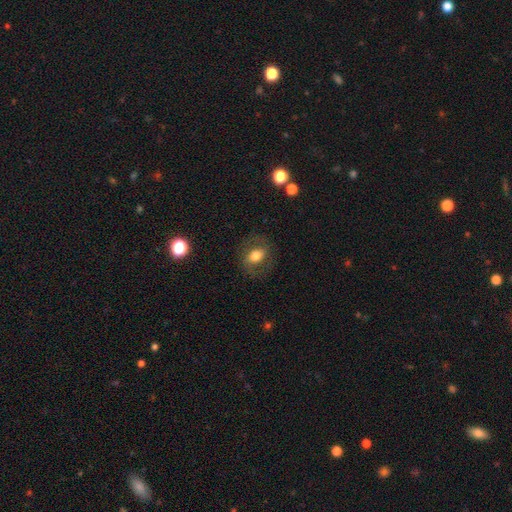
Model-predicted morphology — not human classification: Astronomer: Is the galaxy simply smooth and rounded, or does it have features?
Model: smooth — 56% (runner-up: featured or disk, 36%).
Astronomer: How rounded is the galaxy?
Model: in between — 68%.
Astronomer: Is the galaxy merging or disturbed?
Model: none — 76%.